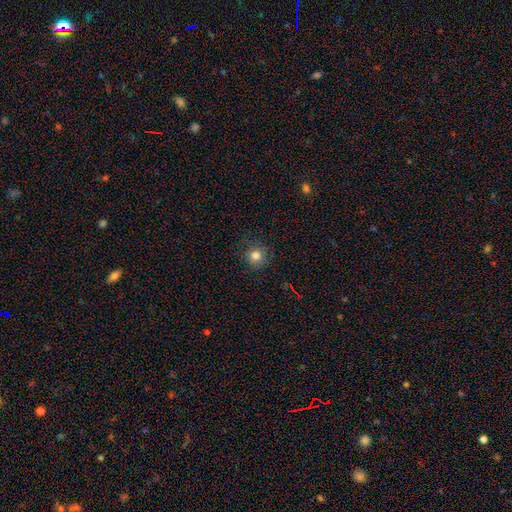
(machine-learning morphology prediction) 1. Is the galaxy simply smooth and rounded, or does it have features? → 81% smooth, 13% star or artifact, 6% featured or disk.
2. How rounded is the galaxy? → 91% round, 8% in between, 1% cigar-shaped.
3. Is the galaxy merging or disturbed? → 85% none, 11% minor disturbance, 3% major disturbance, 1% merger.